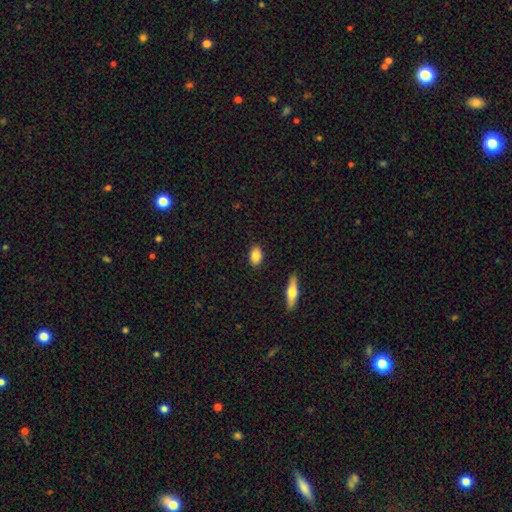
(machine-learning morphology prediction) A smooth galaxy with no disk features (84%) that is in between round and cigar-shaped (85%). Merging: none (88%).